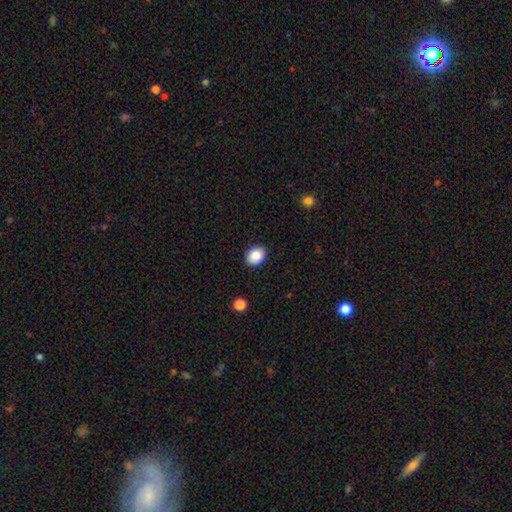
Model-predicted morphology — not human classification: A smooth galaxy with no disk features (88%) that is in between round and cigar-shaped (59%).

Vote fractions:
- Smooth or featured? smooth: 88% / star or artifact: 8% / featured or disk: 4%
- How rounded? in between: 59% / round: 40% / cigar-shaped: 1%
- Merging? none: 89% / minor disturbance: 8% / major disturbance: 2% / merger: 1%